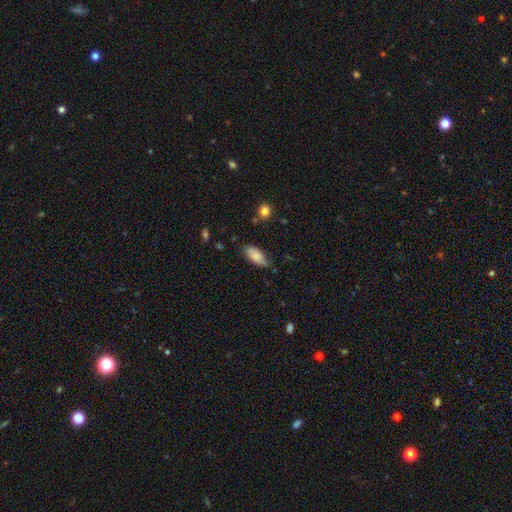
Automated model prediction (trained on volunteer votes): smooth 82%, featured or disk 11%, star or artifact 7%. Down the decision tree: how rounded — in between (86%); merging — none (69%).